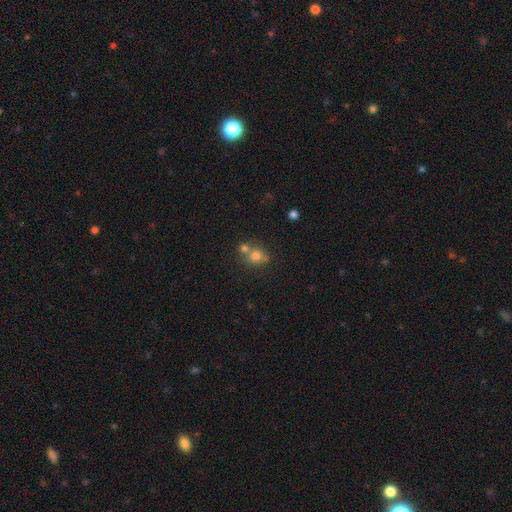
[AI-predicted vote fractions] Smooth or featured? Predicted: smooth (p=0.75). How rounded? Predicted: round (p=0.80). Merging? Predicted: none (p=0.46).